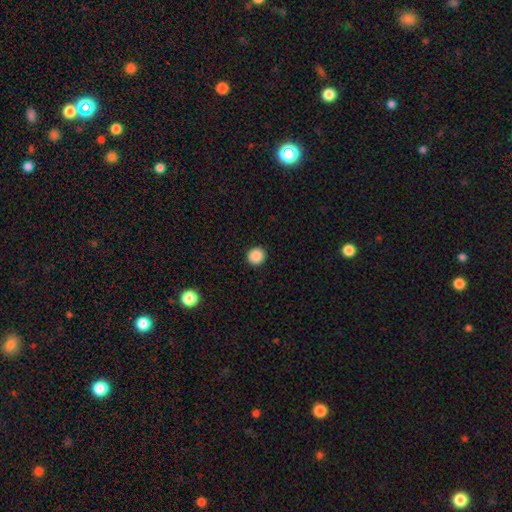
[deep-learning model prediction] A smooth galaxy with no disk features (89%) that is round (93%).

Vote fractions:
- Smooth or featured? smooth: 89% / star or artifact: 9% / featured or disk: 3%
- How rounded? round: 93% / in between: 6% / cigar-shaped: 1%
- Merging? none: 93% / minor disturbance: 4% / major disturbance: 2% / merger: 1%